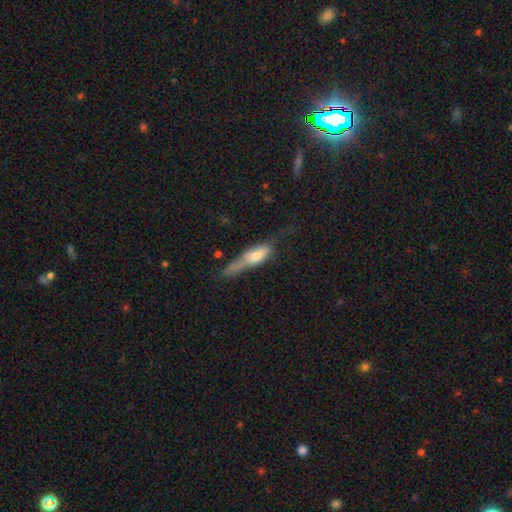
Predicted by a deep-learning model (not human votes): Smooth or featured: smooth — 54% (featured or disk — 38%)
How rounded: cigar-shaped — 61% (in between — 37%)
Merging: none — 33% (minor disturbance — 31%)